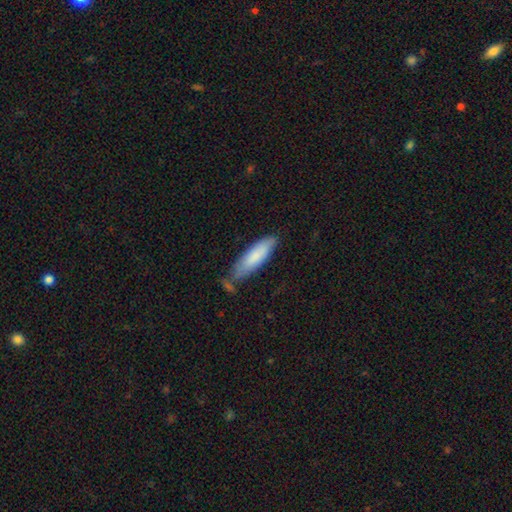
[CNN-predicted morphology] Overall: smooth (80%). How rounded: cigar-shaped (55%; in between 44%). Merging: none (63%; minor disturbance 25%).